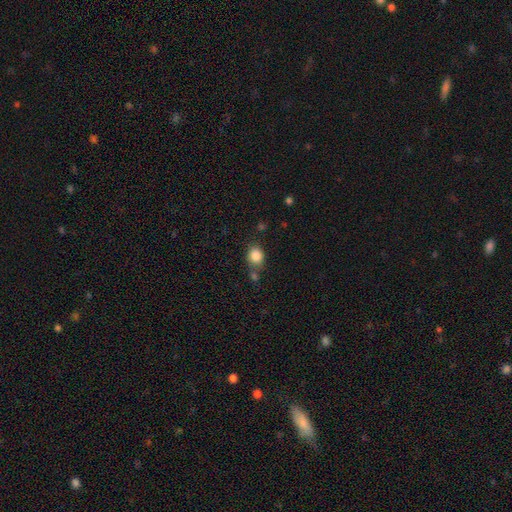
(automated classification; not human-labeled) Overall: smooth (85%). How rounded: round (61%; in between 38%). Merging: none (64%).